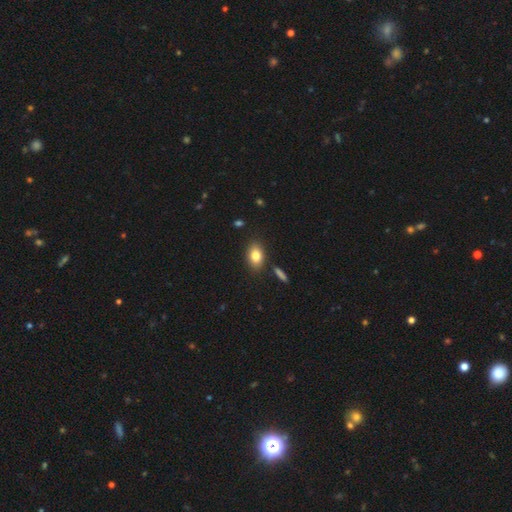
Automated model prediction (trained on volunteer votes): Morphology: type=smooth (81%); roundness=in between (81%); merging=none (85%).